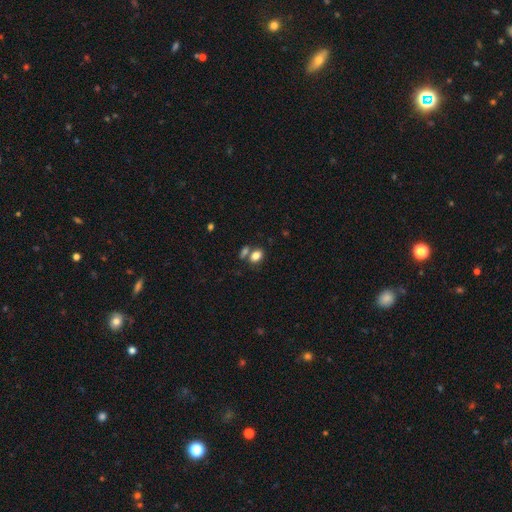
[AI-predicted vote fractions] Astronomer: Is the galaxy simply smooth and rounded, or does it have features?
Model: smooth — 81%.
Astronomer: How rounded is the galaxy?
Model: in between — 80%.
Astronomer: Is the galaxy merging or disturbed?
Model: none — 55%.